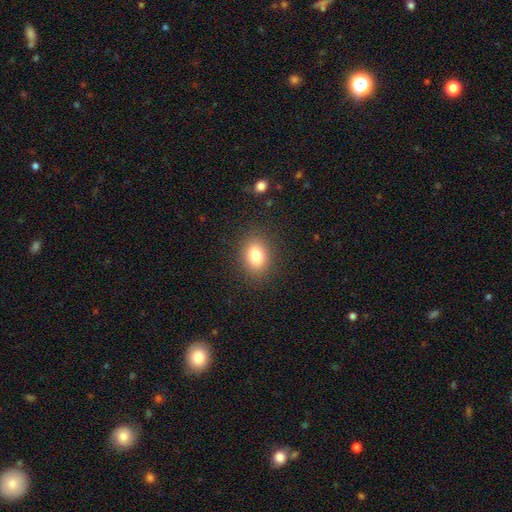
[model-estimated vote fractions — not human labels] The model was most divided on "how rounded": in between: 63%, round: 36%, cigar-shaped: 1%. More confident: merging — none (87%); smooth or featured — smooth (81%).